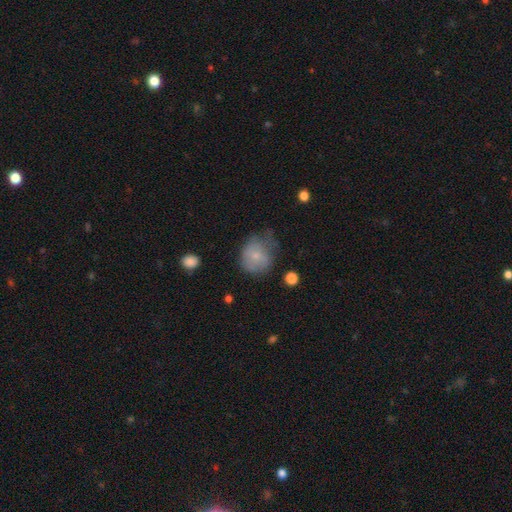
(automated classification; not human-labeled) Smooth or featured? Predicted: smooth (p=0.72). How rounded? Predicted: round (p=0.72). Merging? Predicted: none (p=0.42).